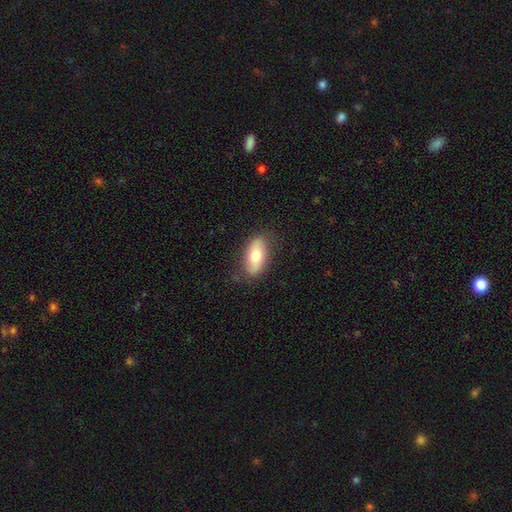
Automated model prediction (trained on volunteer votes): Smooth or featured? smooth (66%)
How rounded? in between (88%)
Merging? none (79%)